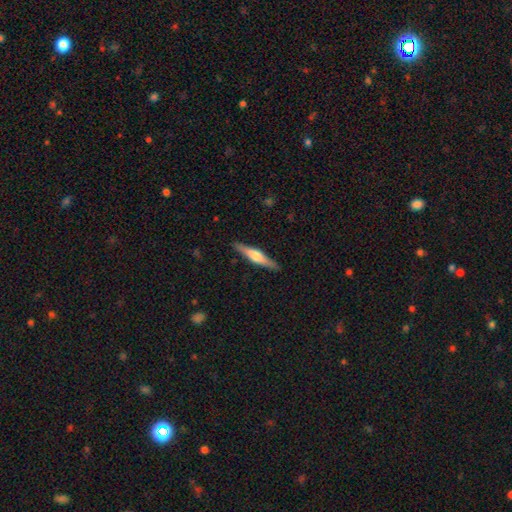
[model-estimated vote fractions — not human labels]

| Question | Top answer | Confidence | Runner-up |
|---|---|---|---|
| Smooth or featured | featured or disk | 64% | smooth (30%) |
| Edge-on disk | yes | 97% | no (3%) |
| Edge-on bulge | rounded | 86% | boxy (10%) |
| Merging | none | 90% | minor disturbance (7%) |